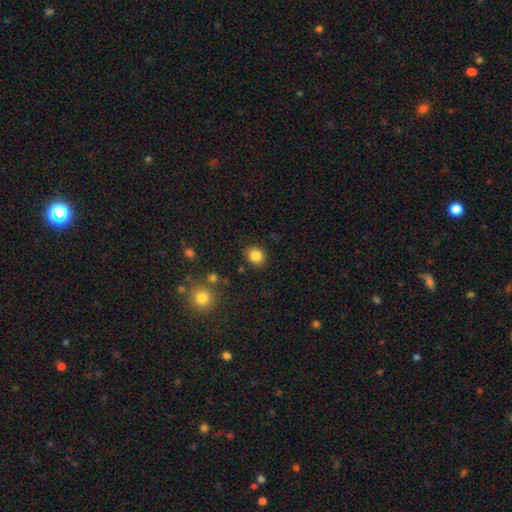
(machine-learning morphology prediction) This is clearly a smooth galaxy (85%). How rounded: likely round (72%). Merging: clearly none (87%).